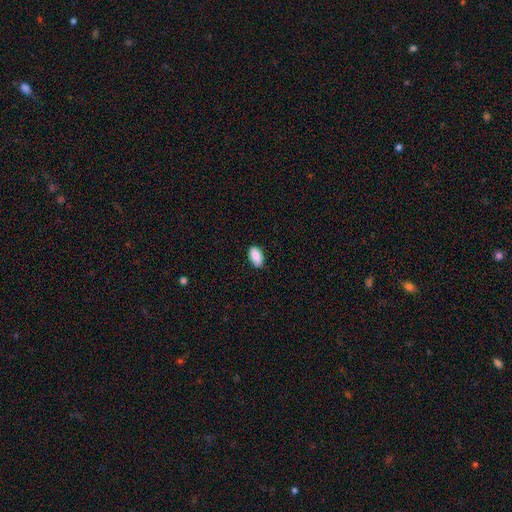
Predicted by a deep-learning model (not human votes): This is clearly a smooth galaxy (90%). How rounded: clearly in between (93%). Merging: clearly none (86%).